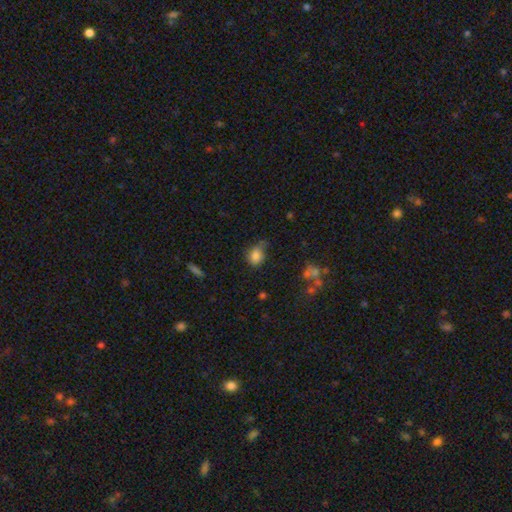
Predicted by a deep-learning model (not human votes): Smooth or featured: smooth — 81% (star or artifact — 10%)
How rounded: in between — 55% (round — 44%)
Merging: none — 46% (minor disturbance — 37%)